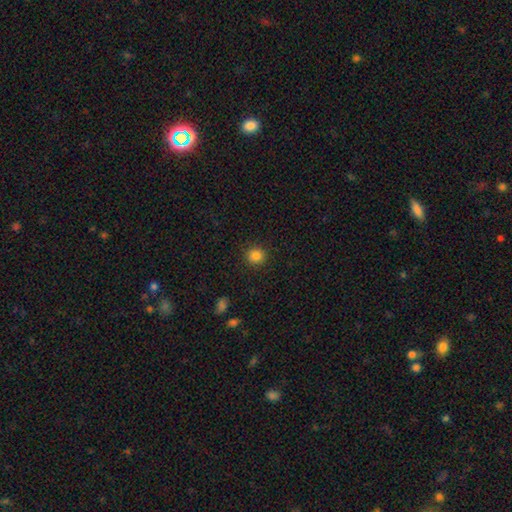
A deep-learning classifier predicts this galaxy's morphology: This appears to be a smooth galaxy with no disk features (84%) that is round (92%). Merging: none (92%).